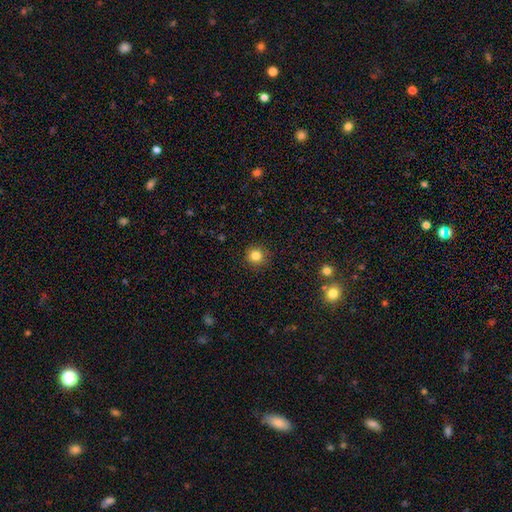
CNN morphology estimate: smooth_or_featured: smooth (p=0.83) [alt: star or artifact p=0.12]
how_rounded: round (p=0.94) [alt: in between p=0.05]
merging: none (p=0.91) [alt: minor disturbance p=0.06]